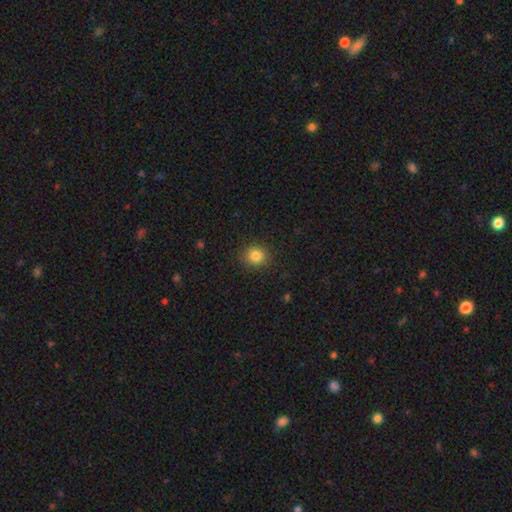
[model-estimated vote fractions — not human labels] The model was most divided on "how rounded": round: 84%, in between: 15%, cigar-shaped: 1%. More confident: merging — none (89%); smooth or featured — smooth (84%).